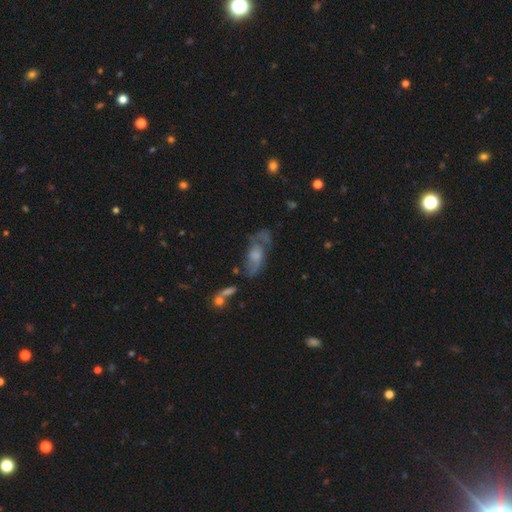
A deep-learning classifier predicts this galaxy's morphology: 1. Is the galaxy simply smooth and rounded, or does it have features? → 54% featured or disk, 35% smooth, 10% star or artifact.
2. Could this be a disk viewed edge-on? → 85% no, 15% yes.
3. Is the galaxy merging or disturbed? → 46% none, 24% minor disturbance, 22% major disturbance, 7% merger.